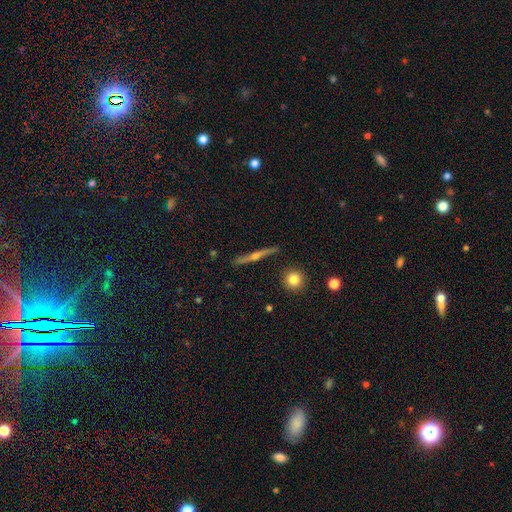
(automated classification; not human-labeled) The model was most divided on "smooth or featured": featured or disk: 72%, smooth: 21%, star or artifact: 7%. More confident: edge-on disk — yes (97%); merging — none (88%); edge-on bulge — rounded (85%).